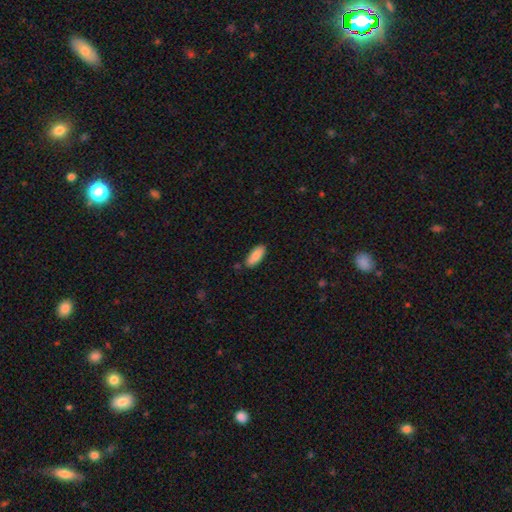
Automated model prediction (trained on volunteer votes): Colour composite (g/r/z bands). It shows a smooth galaxy with no disk features (87%) that is in between round and cigar-shaped (83%). Merging: none (83%).